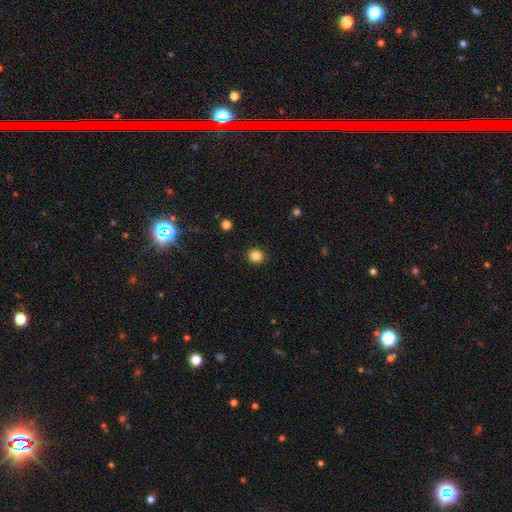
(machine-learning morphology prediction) smooth-or-featured: smooth: 86% | star or artifact: 11% | featured or disk: 3%
  how-rounded: round: 79% | in between: 20% | cigar-shaped: 1%
  merging: none: 91% | minor disturbance: 6% | major disturbance: 2% | merger: 1%